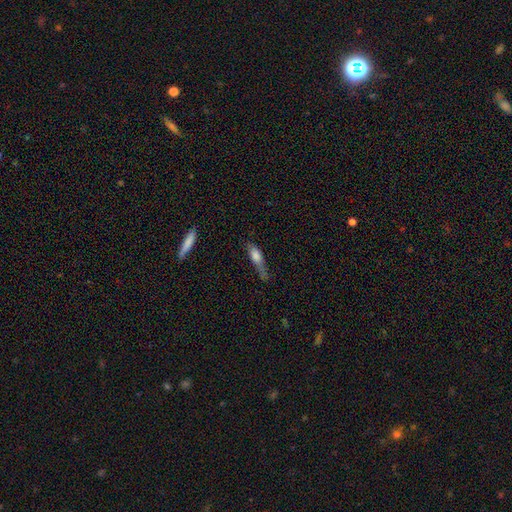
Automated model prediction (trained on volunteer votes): Q: Smooth or featured?
A: smooth (70%); runner-up: featured or disk (23%)
Q: How rounded?
A: cigar-shaped (56%); runner-up: in between (41%)
Q: Merging?
A: minor disturbance (37%); runner-up: none (35%)